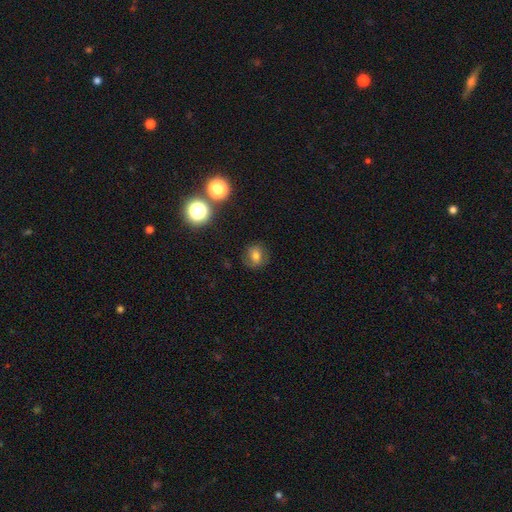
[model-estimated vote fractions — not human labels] Overall: smooth (68%). How rounded: round (73%). Merging: none (82%).